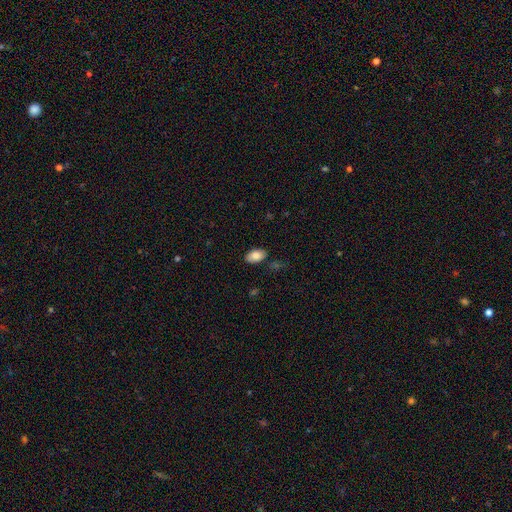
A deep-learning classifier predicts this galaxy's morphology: smooth-or-featured: smooth: 82% | featured or disk: 11% | star or artifact: 7%
  how-rounded: in between: 93% | round: 5% | cigar-shaped: 2%
  merging: none: 84% | minor disturbance: 11% | major disturbance: 2% | merger: 2%